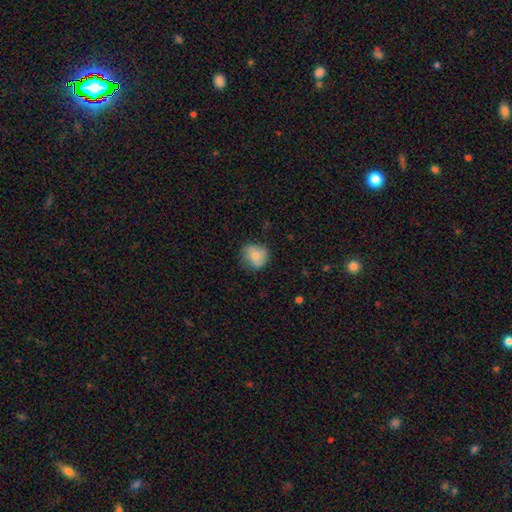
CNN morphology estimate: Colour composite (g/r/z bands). It shows a smooth galaxy with no disk features (68%) that is round (77%). Merging: none (69%).